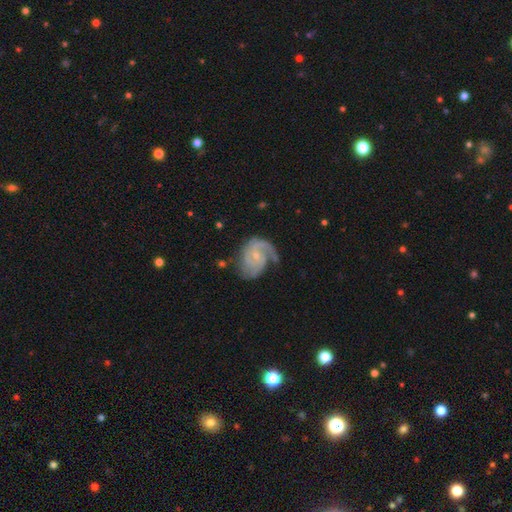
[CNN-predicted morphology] Smooth or featured: featured or disk — 88% (smooth — 7%)
Edge-on disk: no — 98% (yes — 2%)
Bar: no — 61% (weak — 33%)
Spiral arms: yes — 97% (no — 3%)
Spiral winding: medium — 47% (tight — 38%)
Spiral arm count: 2 — 52% (3 — 20%)
Bulge size: small — 72% (moderate — 24%)
Merging: none — 56% (minor disturbance — 26%)